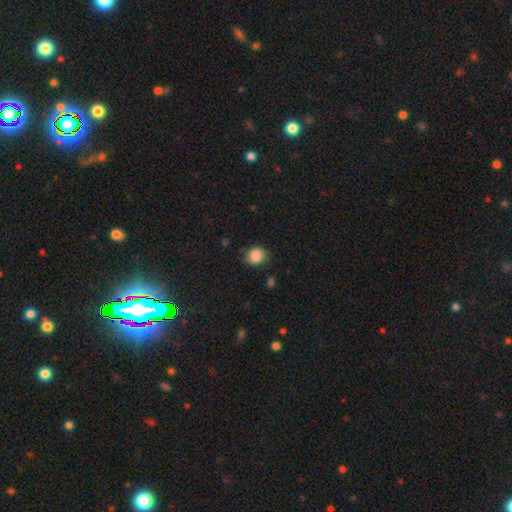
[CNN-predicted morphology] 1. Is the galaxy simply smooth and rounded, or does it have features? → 86% smooth, 9% star or artifact, 5% featured or disk.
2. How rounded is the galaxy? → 73% round, 26% in between, 1% cigar-shaped.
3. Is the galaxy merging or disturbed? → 74% none, 20% minor disturbance, 5% major disturbance, 2% merger.